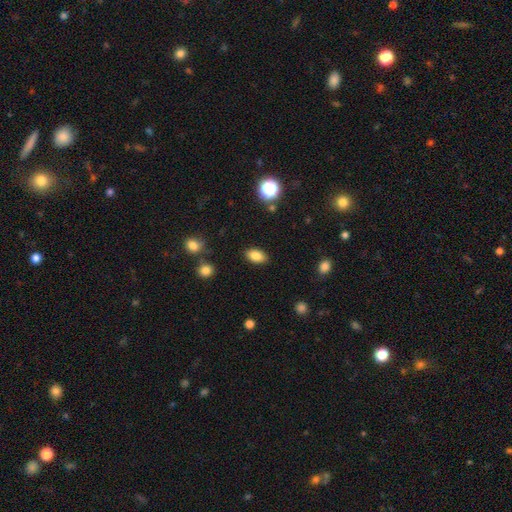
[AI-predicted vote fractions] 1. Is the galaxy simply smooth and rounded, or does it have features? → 85% smooth, 10% star or artifact, 6% featured or disk.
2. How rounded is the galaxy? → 90% in between, 8% round, 2% cigar-shaped.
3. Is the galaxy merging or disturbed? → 88% none, 9% minor disturbance, 3% major disturbance, 1% merger.